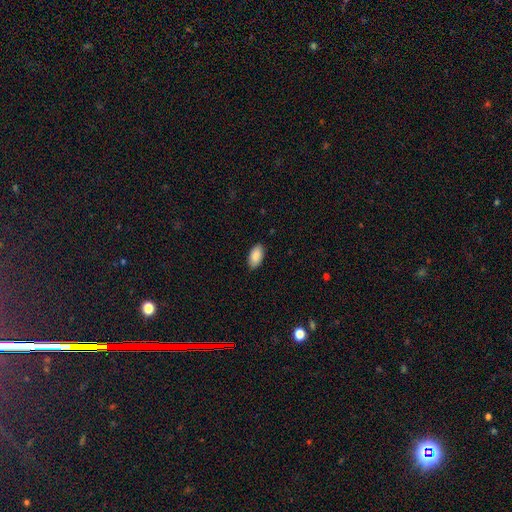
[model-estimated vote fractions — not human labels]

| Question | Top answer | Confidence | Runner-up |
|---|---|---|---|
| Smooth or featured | smooth | 89% | star or artifact (6%) |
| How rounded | in between | 95% | cigar-shaped (3%) |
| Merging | none | 88% | minor disturbance (9%) |